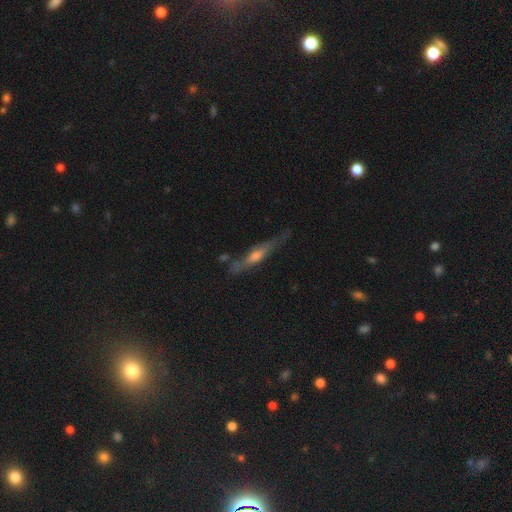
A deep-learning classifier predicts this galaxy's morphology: featured or disk 62%, smooth 31%, star or artifact 7%. Down the decision tree: edge-on disk — yes (84%); edge-on bulge — rounded (71%); merging — none (66%).